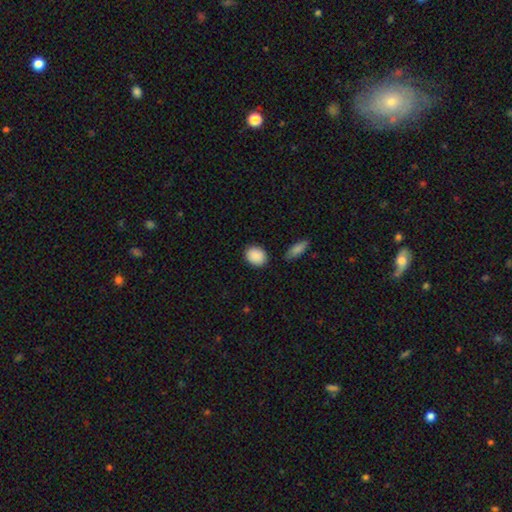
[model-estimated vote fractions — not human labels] Smooth or featured? smooth (90%)
How rounded? in between (53%)
Merging? none (83%)